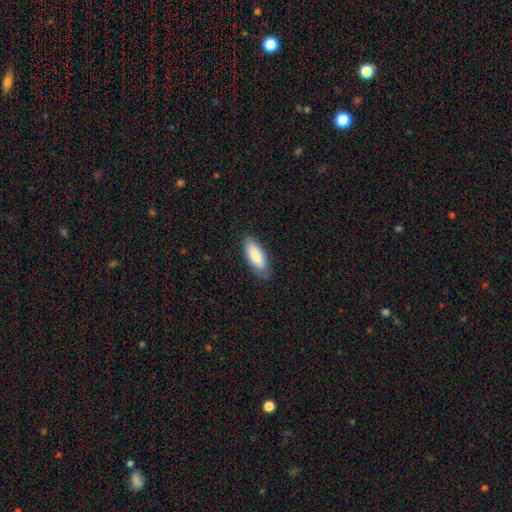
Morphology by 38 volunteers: Smooth or featured?
  - smooth: 97% *
  - featured or disk: 3%
  - star or artifact: 0%
How rounded?
  - in between: 68% *
  - cigar-shaped: 32%
  - round: 0%
Merging?
  - none: 63% *
  - minor disturbance: 37%
  - major disturbance: 0%
  - merger: 0%